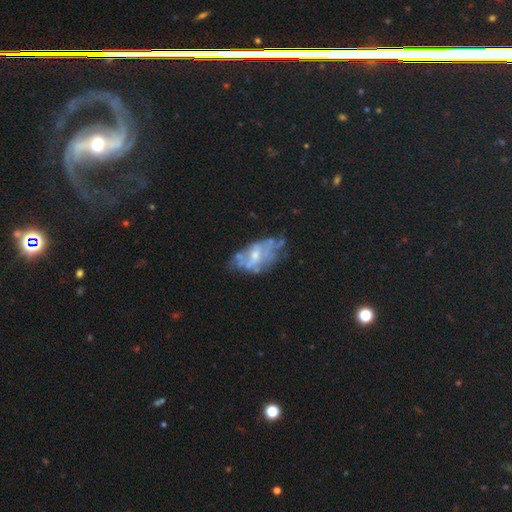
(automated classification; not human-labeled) Smooth or featured? featured or disk (68%)
Edge-on disk? no (94%)
Bar? no (65%)
Spiral arms? no (67%)
Bulge size? small (47%)
Merging? none (43%)